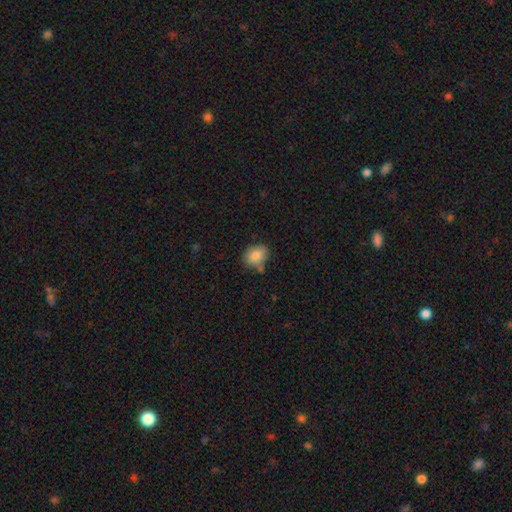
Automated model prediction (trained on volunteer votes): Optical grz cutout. It shows a smooth galaxy with no disk features (83%) that is in between round and cigar-shaped (56%). Merging: none (65%).